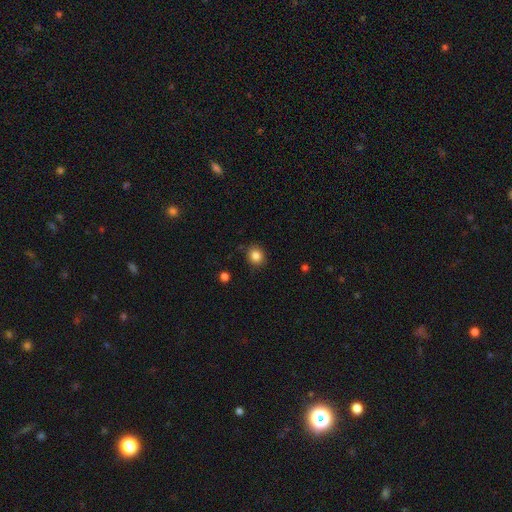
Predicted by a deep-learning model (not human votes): This is clearly a smooth galaxy (85%). How rounded: likely round (79%). Merging: clearly none (87%).